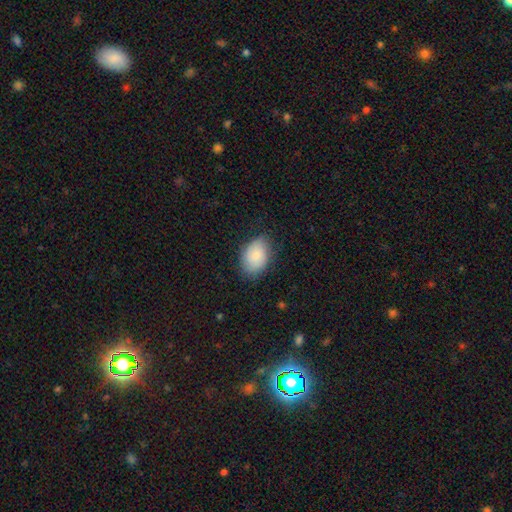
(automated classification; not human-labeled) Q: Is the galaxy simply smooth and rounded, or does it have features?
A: smooth — 83%.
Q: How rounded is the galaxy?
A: in between — 87%.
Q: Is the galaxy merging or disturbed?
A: none — 75%.